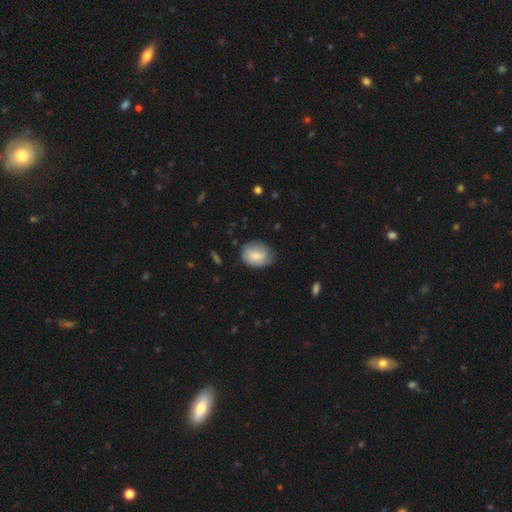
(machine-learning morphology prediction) This appears to be a smooth galaxy with no disk features (74%) that is in between round and cigar-shaped (57%). Merging: none (67%).